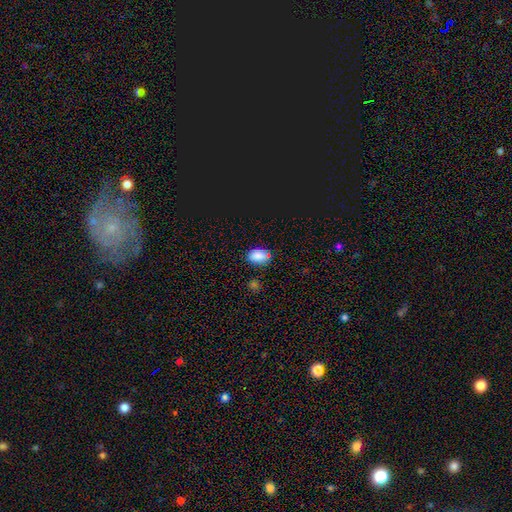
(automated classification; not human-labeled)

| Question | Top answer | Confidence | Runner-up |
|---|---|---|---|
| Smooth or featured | smooth | 81% | star or artifact (14%) |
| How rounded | in between | 79% | round (20%) |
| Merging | none | 77% | minor disturbance (15%) |